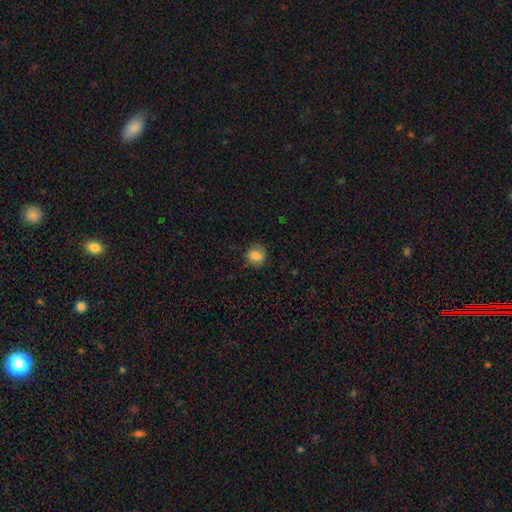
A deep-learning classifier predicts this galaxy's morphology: Smooth or featured? Predicted: smooth (p=0.81). How rounded? Predicted: round (p=0.75). Merging? Predicted: none (p=0.76).